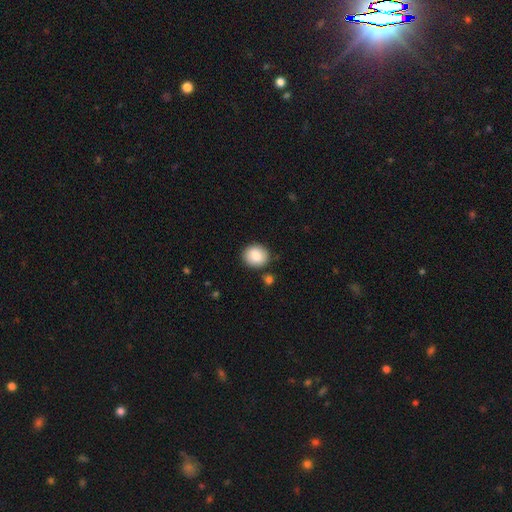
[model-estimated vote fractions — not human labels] Q: Smooth or featured?
A: smooth (85%); runner-up: featured or disk (8%)
Q: How rounded?
A: round (79%); runner-up: in between (20%)
Q: Merging?
A: none (85%); runner-up: minor disturbance (9%)